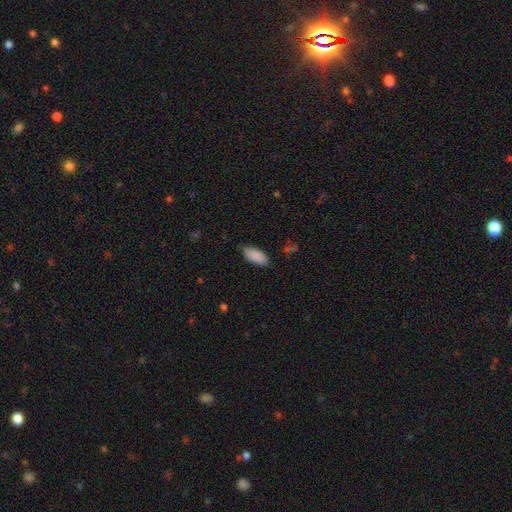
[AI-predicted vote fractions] Smooth or featured? smooth (90%)
How rounded? in between (91%)
Merging? none (83%)